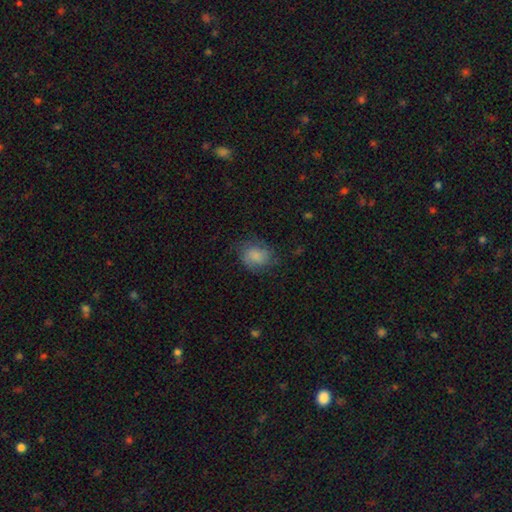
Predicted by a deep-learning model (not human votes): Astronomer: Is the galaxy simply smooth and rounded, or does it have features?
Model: smooth — 71%.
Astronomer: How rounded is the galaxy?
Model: round — 53% (runner-up: in between, 46%).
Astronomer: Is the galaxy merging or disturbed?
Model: none — 63%.